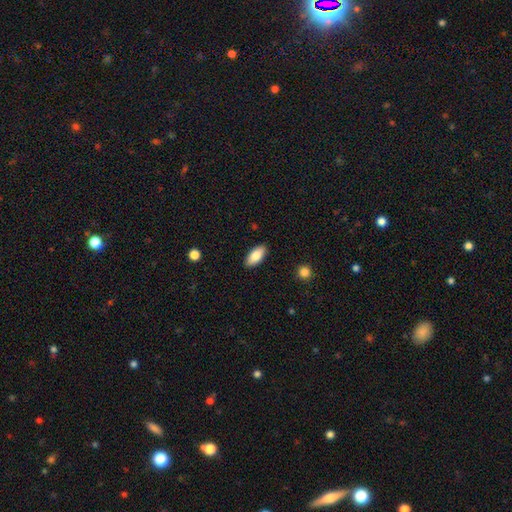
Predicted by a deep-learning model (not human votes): A smooth galaxy with no disk features (81%) that is in between round and cigar-shaped (89%).

Vote fractions:
- Smooth or featured? smooth: 81% / featured or disk: 12% / star or artifact: 6%
- How rounded? in between: 89% / cigar-shaped: 9% / round: 2%
- Merging? none: 89% / minor disturbance: 8% / major disturbance: 2% / merger: 1%